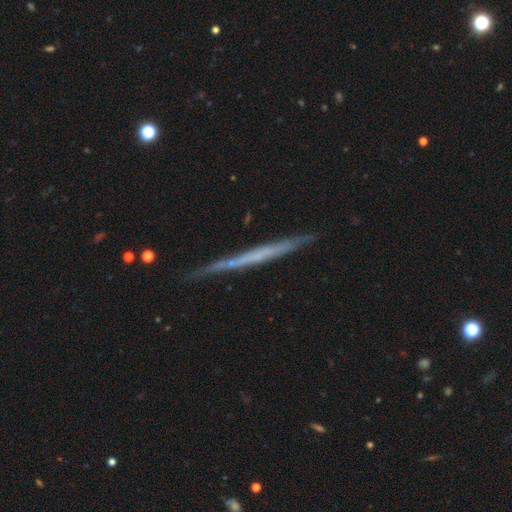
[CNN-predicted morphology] smooth-or-featured: featured or disk: 61% | smooth: 33% | star or artifact: 6%
  disk-edge-on: yes: 97% | no: 3%
    edge-on-bulge: none: 90% | rounded: 6% | boxy: 4%
  merging: none: 86% | minor disturbance: 11% | major disturbance: 2% | merger: 2%